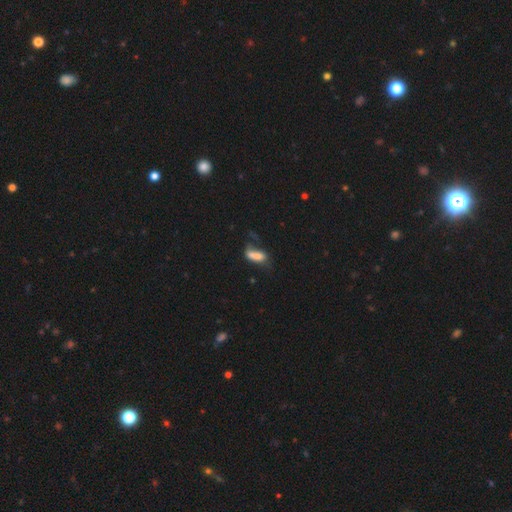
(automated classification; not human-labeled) smooth_or_featured: smooth (p=0.71) [alt: featured or disk p=0.18]
how_rounded: in between (p=0.71) [alt: cigar-shaped p=0.24]
merging: none (p=0.32) [alt: major disturbance p=0.29]